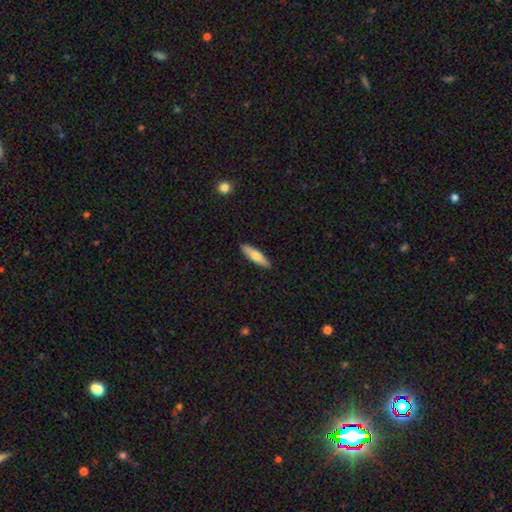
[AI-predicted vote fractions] Q: Smooth or featured?
A: smooth (70%); runner-up: featured or disk (24%)
Q: How rounded?
A: cigar-shaped (69%); runner-up: in between (30%)
Q: Merging?
A: none (89%); runner-up: minor disturbance (8%)